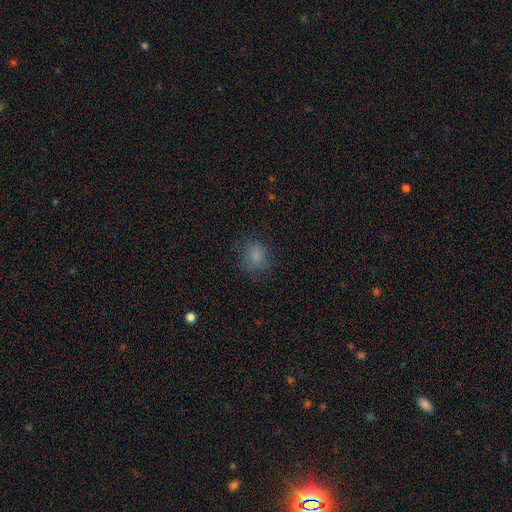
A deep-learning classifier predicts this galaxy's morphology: A smooth galaxy with no disk features (78%) that is round (66%).

Vote fractions:
- Smooth or featured? smooth: 78% / star or artifact: 12% / featured or disk: 9%
- How rounded? round: 66% / in between: 33% / cigar-shaped: 1%
- Merging? none: 72% / minor disturbance: 19% / major disturbance: 9% / merger: 1%